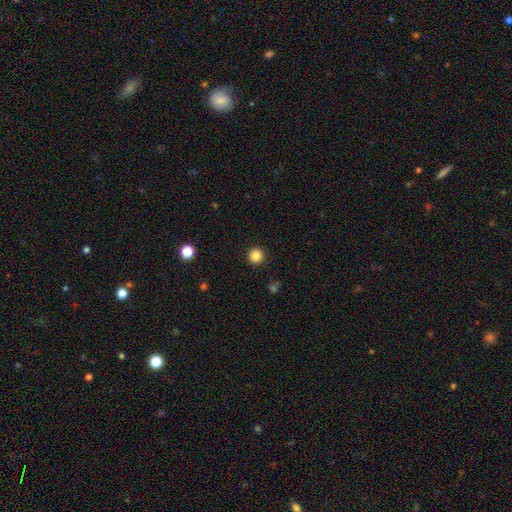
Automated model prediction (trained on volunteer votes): Smooth or featured?
  - smooth: 85% *
  - star or artifact: 11%
  - featured or disk: 4%
How rounded?
  - round: 95% *
  - in between: 4%
  - cigar-shaped: 1%
Merging?
  - none: 93% *
  - minor disturbance: 5%
  - major disturbance: 2%
  - merger: 1%